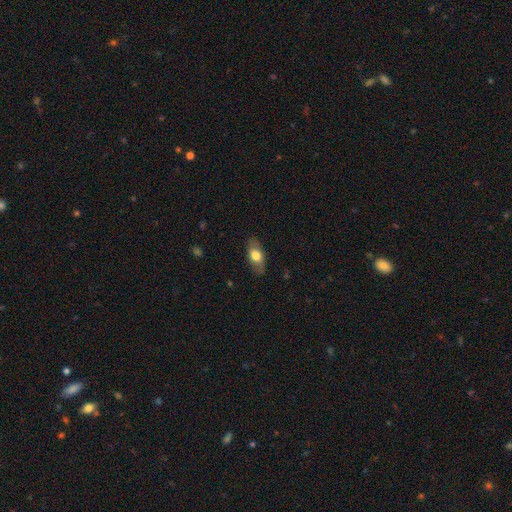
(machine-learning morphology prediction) Q: Smooth or featured?
A: smooth (68%); runner-up: featured or disk (26%)
Q: How rounded?
A: in between (87%); runner-up: cigar-shaped (8%)
Q: Merging?
A: none (83%); runner-up: minor disturbance (13%)